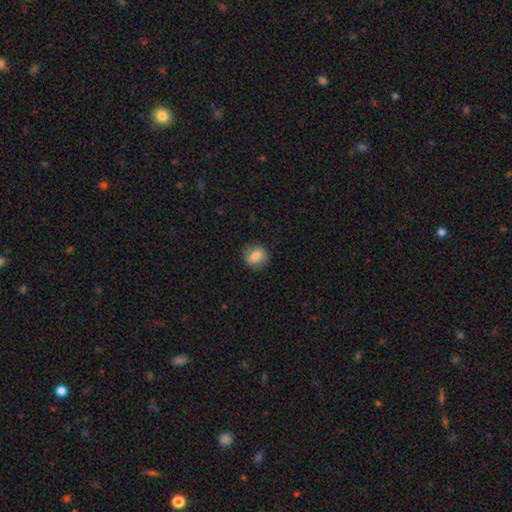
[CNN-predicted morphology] Smooth or featured? Predicted: smooth (p=0.77). How rounded? Predicted: round (p=0.82). Merging? Predicted: none (p=0.86).